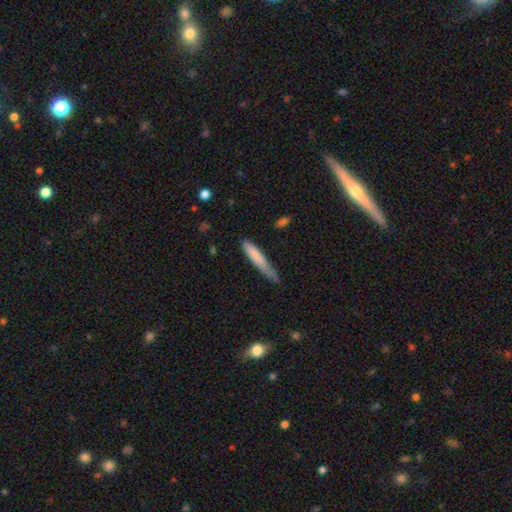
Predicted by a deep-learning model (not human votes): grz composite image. It shows a smooth galaxy with no disk features (75%) that is cigar-shaped (90%). Merging: none (48%).